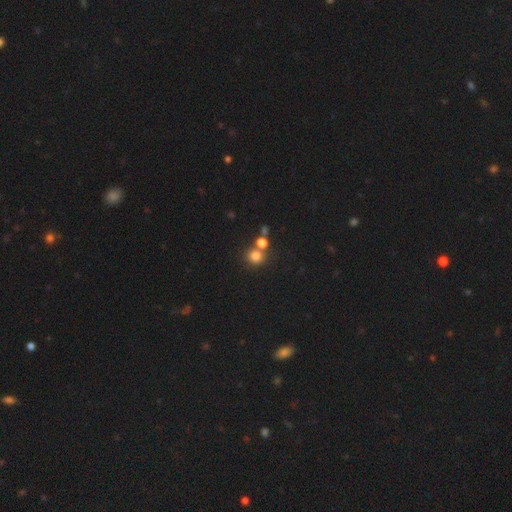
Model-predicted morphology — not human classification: Smooth or featured?
  - smooth: 78% *
  - star or artifact: 15%
  - featured or disk: 7%
How rounded?
  - round: 86% *
  - in between: 13%
  - cigar-shaped: 1%
Merging?
  - none: 61% *
  - merger: 28%
  - minor disturbance: 8%
  - major disturbance: 4%